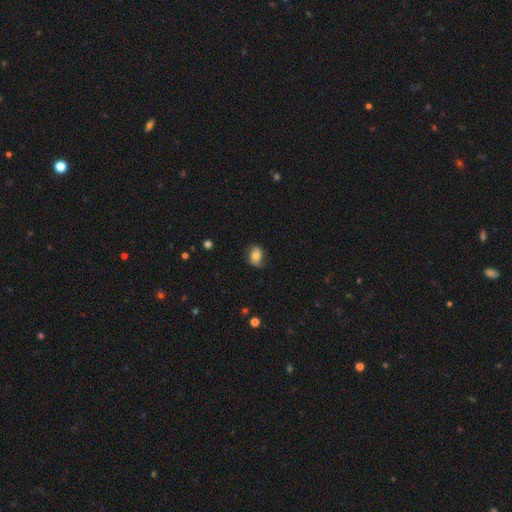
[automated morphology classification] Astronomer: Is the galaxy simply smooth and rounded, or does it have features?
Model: smooth — 73%.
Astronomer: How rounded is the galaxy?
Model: in between — 70%.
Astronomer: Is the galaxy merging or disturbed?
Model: none — 76%.